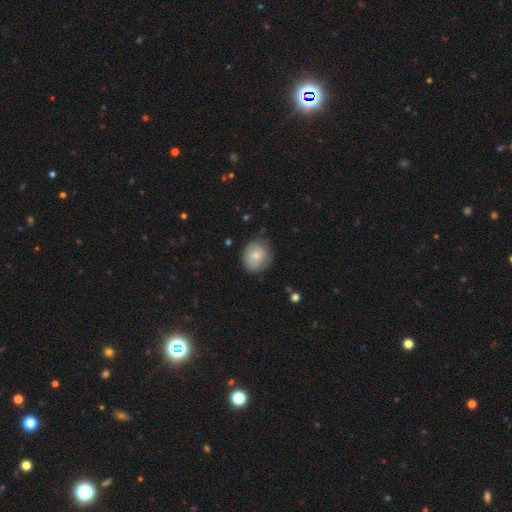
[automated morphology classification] Overall: smooth (75%). How rounded: round (71%). Merging: none (68%).